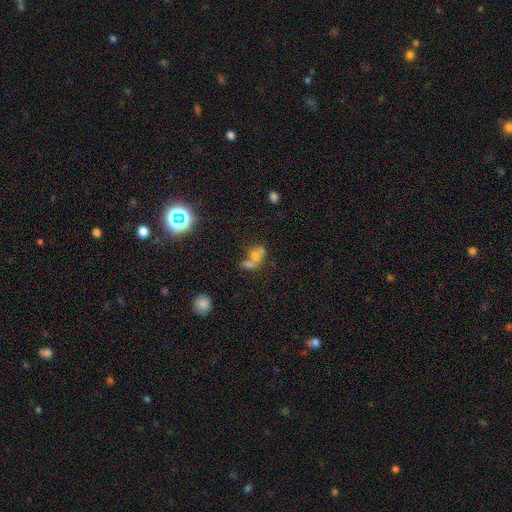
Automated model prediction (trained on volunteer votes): smooth_or_featured: smooth (p=0.54) [alt: featured or disk p=0.26]
how_rounded: in between (p=0.58) [alt: round p=0.37]
merging: merger (p=0.57) [alt: none p=0.24]